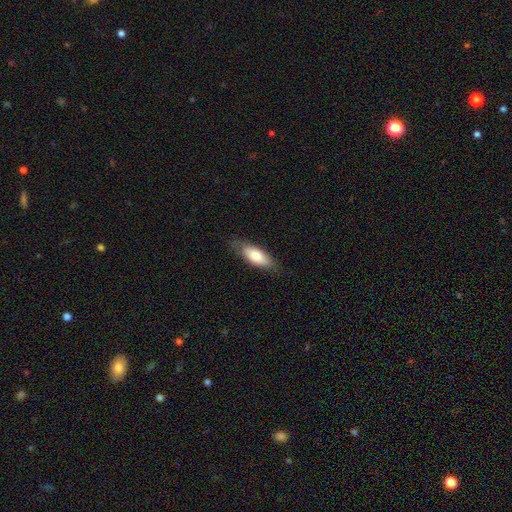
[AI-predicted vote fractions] This is likely a smooth galaxy (78%). How rounded: likely in between (73%). Merging: likely none (78%).